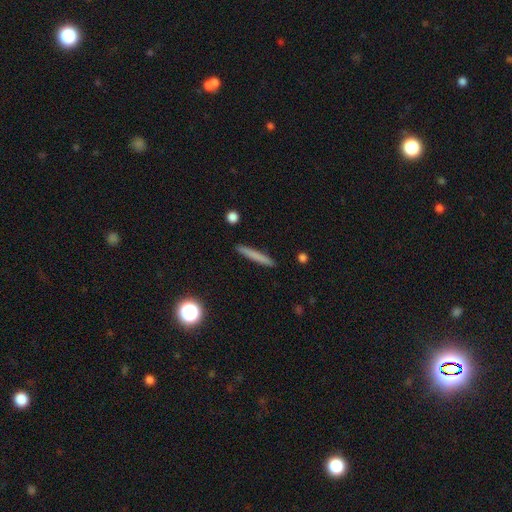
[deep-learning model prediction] smooth 71%, featured or disk 22%, star or artifact 7%. Down the decision tree: how rounded — cigar-shaped (95%); merging — none (91%).